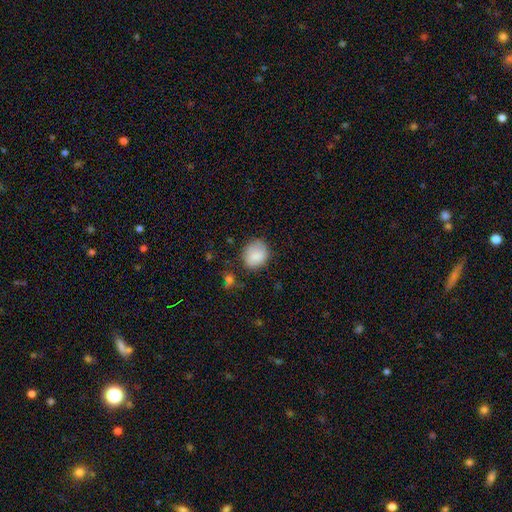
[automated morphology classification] This is clearly a smooth galaxy (86%). How rounded: likely round (66%). Merging: likely none (73%).